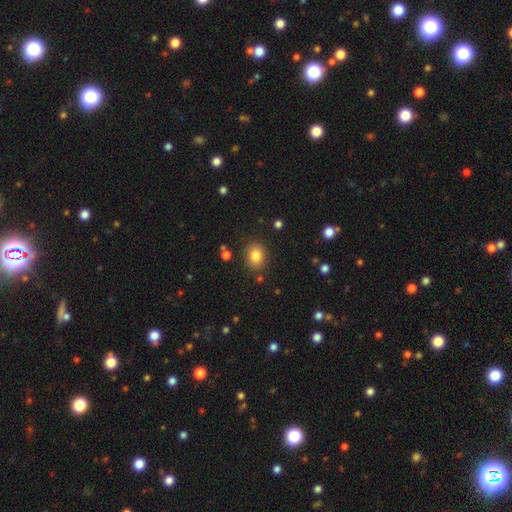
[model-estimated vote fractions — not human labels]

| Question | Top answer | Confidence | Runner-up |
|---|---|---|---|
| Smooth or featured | smooth | 82% | star or artifact (11%) |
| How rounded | round | 51% | in between (48%) |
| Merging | none | 85% | minor disturbance (10%) |